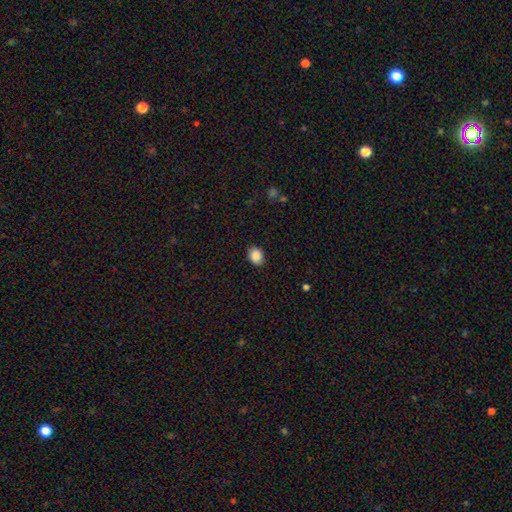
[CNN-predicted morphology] Smooth or featured?
  - smooth: 87% *
  - star or artifact: 9%
  - featured or disk: 4%
How rounded?
  - in between: 54% *
  - round: 45%
  - cigar-shaped: 1%
Merging?
  - none: 88% *
  - minor disturbance: 8%
  - major disturbance: 2%
  - merger: 1%